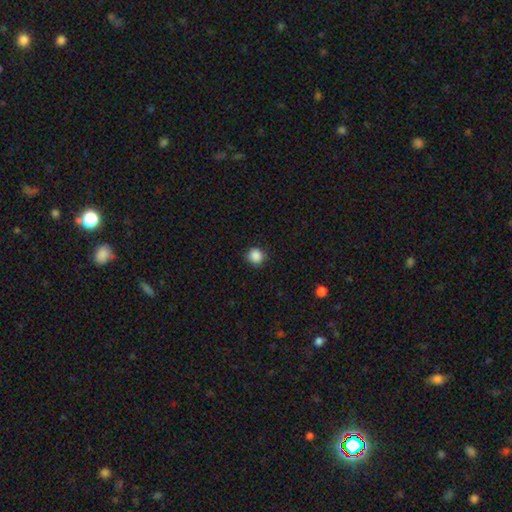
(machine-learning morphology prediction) smooth 88%, star or artifact 10%, featured or disk 3%. Down the decision tree: how rounded — round (91%); merging — none (87%).